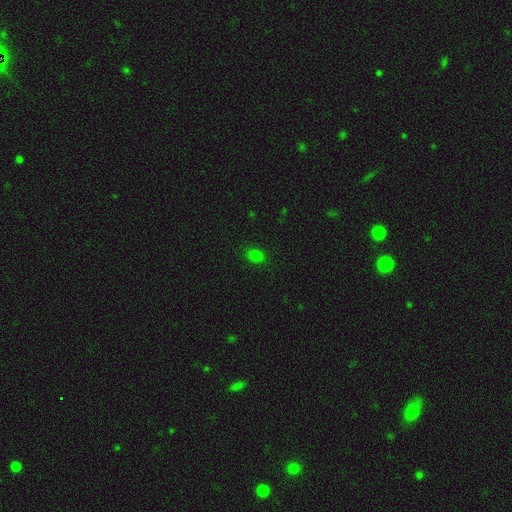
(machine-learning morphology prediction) smooth_or_featured: smooth (p=0.77) [alt: star or artifact p=0.18]
how_rounded: in between (p=0.55) [alt: round p=0.43]
merging: none (p=0.87) [alt: minor disturbance p=0.10]